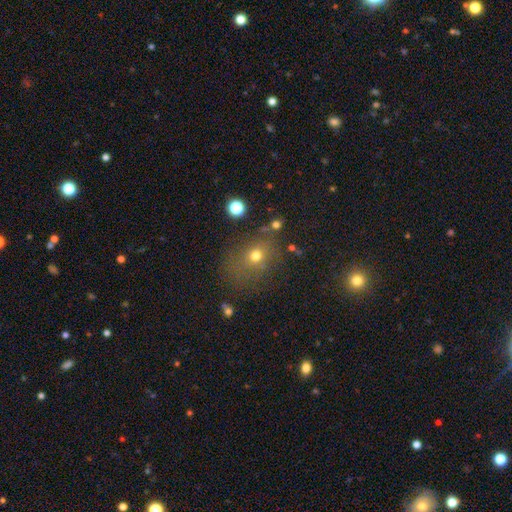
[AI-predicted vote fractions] Morphology: type=smooth (68%); roundness=round (52%); merging=none (68%).